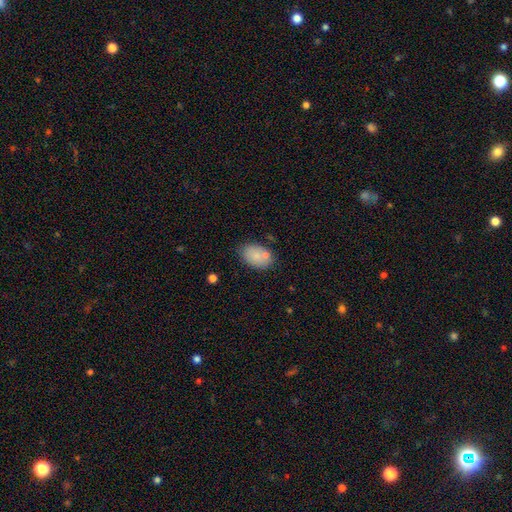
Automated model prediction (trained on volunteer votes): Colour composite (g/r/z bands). It shows a smooth galaxy with no disk features (79%) that is in between round and cigar-shaped (87%). Merging: none (68%).